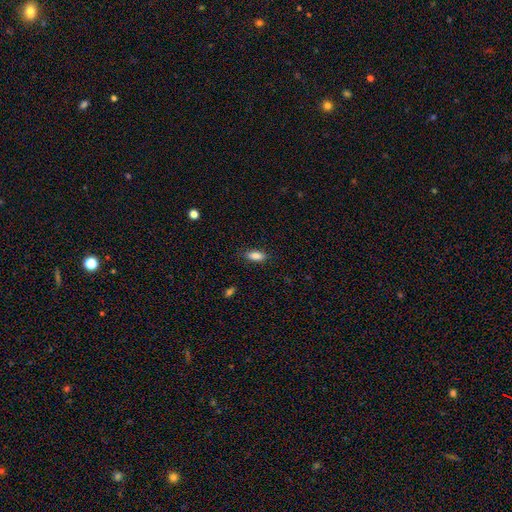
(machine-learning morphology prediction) Smooth or featured: smooth — 87% (star or artifact — 8%)
How rounded: in between — 82% (cigar-shaped — 15%)
Merging: none — 85% (minor disturbance — 11%)